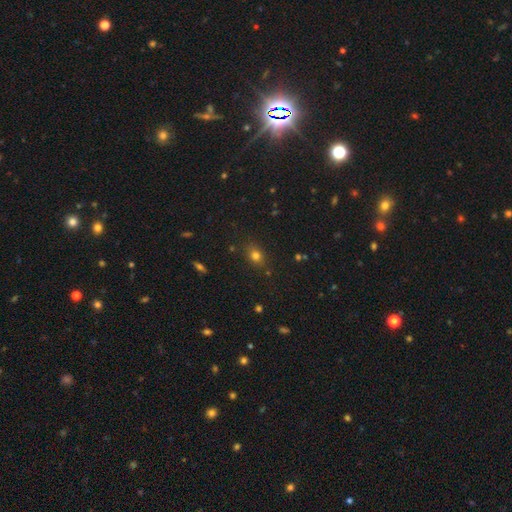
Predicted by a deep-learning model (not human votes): smooth_or_featured: smooth (p=0.74) [alt: star or artifact p=0.17]
how_rounded: in between (p=0.53) [alt: round p=0.45]
merging: none (p=0.82) [alt: minor disturbance p=0.12]